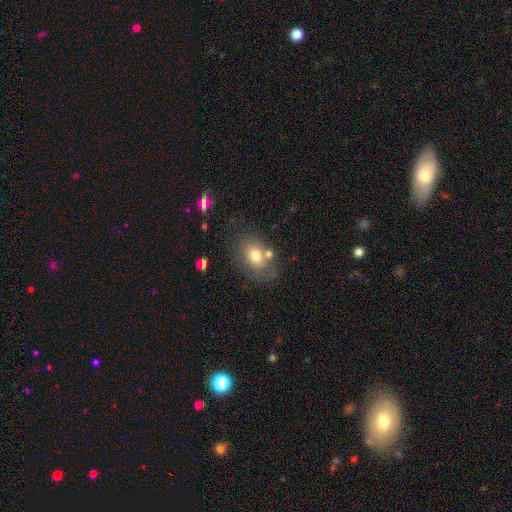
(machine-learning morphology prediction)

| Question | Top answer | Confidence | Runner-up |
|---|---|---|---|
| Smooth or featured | smooth | 70% | featured or disk (20%) |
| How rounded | in between | 69% | round (30%) |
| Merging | none | 62% | minor disturbance (19%) |